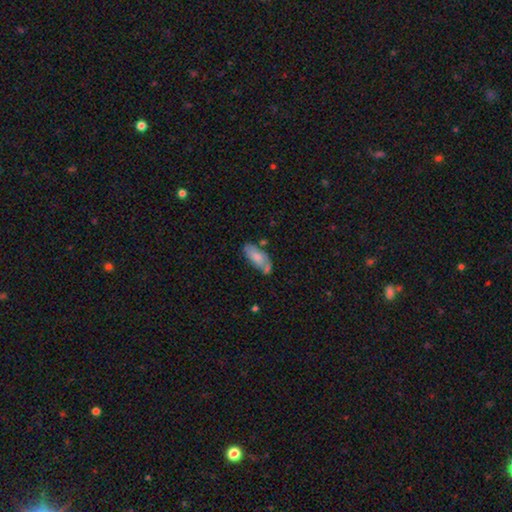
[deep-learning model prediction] This is possibly a smooth galaxy (56%). How rounded: clearly in between (82%). Merging: likely none (61%).